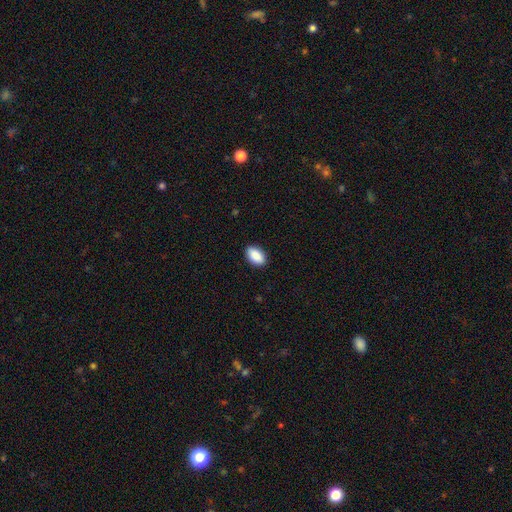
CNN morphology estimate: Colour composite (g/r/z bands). It shows a smooth galaxy with no disk features (90%) that is in between round and cigar-shaped (93%). Merging: none (90%).